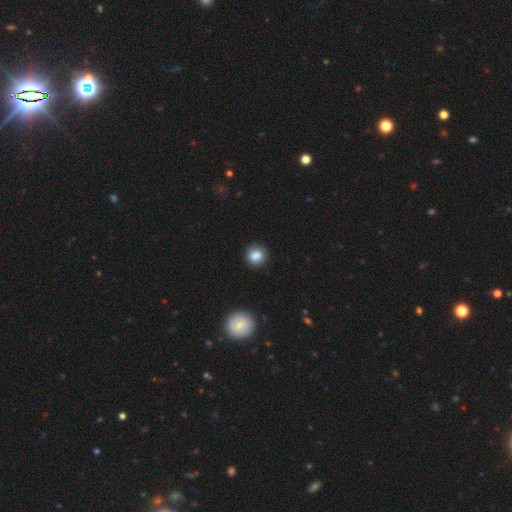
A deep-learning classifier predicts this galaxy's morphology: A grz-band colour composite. It shows a smooth galaxy with no disk features (85%) that is round (86%). Merging: none (88%).